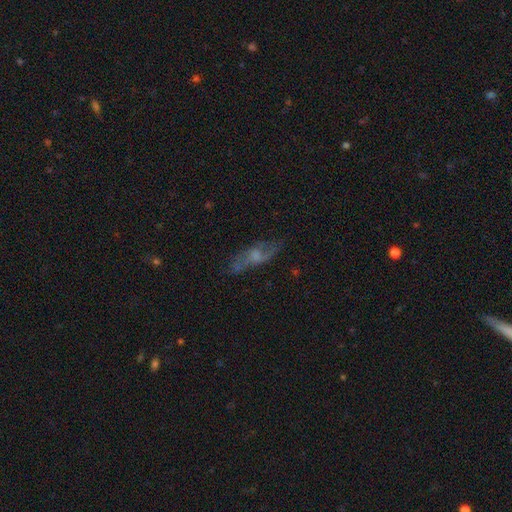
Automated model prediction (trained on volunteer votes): smooth_or_featured: featured or disk (p=0.57) [alt: smooth p=0.33]
disk_edge_on: no (p=0.71) [alt: yes p=0.29]
merging: none (p=0.64) [alt: minor disturbance p=0.21]